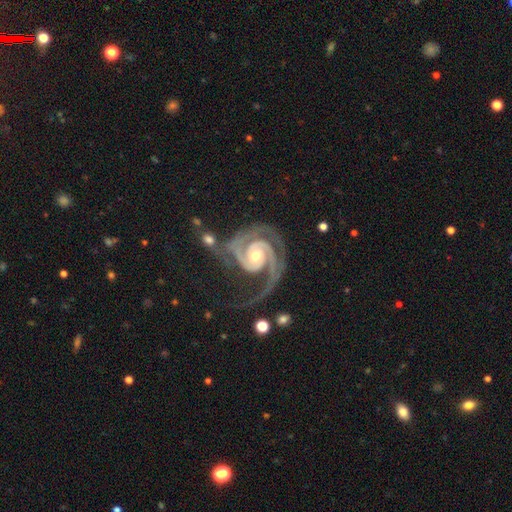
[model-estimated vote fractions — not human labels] The model was most divided on "merging": none: 47%, major disturbance: 25%, minor disturbance: 22%, merger: 7%. More confident: spiral arms — yes (99%); edge-on disk — no (98%); smooth or featured — featured or disk (94%); bulge size — moderate (64%); spiral arm count — 2 (61%); spiral winding — tight (60%); bar — no (57%).